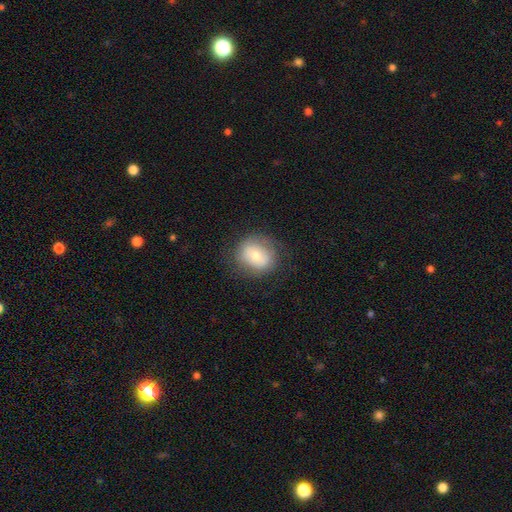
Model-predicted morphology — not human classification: This appears to be a smooth galaxy with no disk features (63%) that is round (63%). Merging: none (78%).